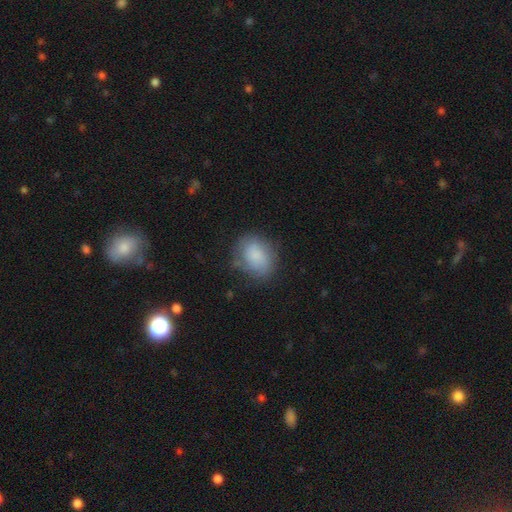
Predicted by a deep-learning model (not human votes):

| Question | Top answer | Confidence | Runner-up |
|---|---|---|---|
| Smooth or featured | smooth | 78% | featured or disk (15%) |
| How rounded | in between | 51% | round (47%) |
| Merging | none | 67% | minor disturbance (23%) |